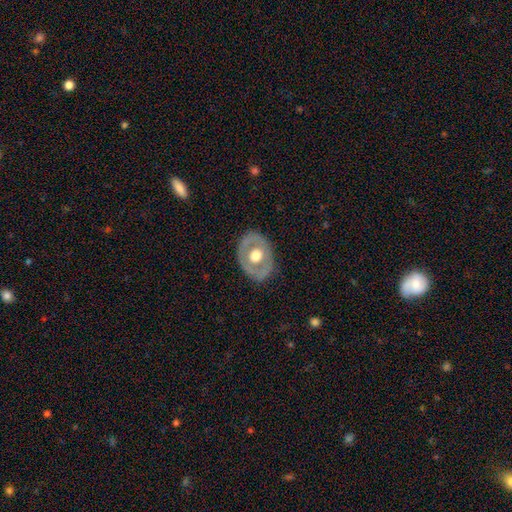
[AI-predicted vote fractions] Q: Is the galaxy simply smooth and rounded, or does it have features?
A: featured or disk — 53%.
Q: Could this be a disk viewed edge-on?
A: no — 91%.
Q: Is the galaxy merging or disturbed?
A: none — 81%.